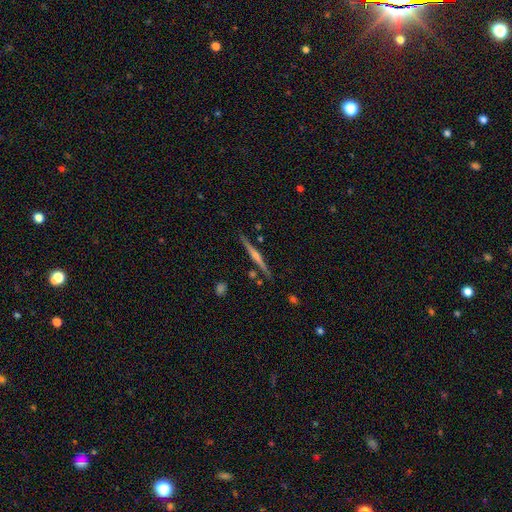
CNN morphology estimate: The model was most divided on "edge-on bulge": rounded: 64%, none: 23%, boxy: 13%. More confident: edge-on disk — yes (98%); merging — none (88%); smooth or featured — featured or disk (73%).